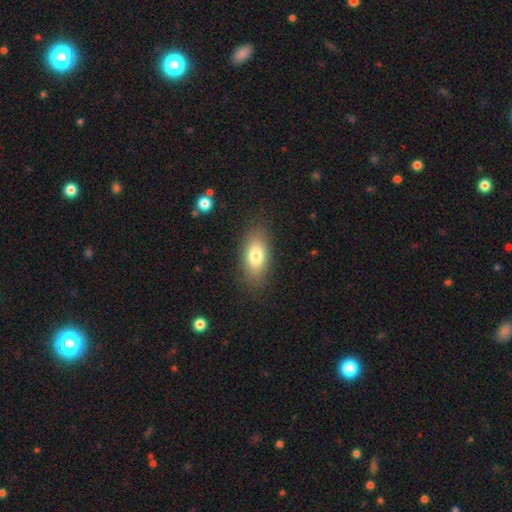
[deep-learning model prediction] This appears to be a smooth galaxy with no disk features (78%) that is in between round and cigar-shaped (87%). Merging: none (84%).